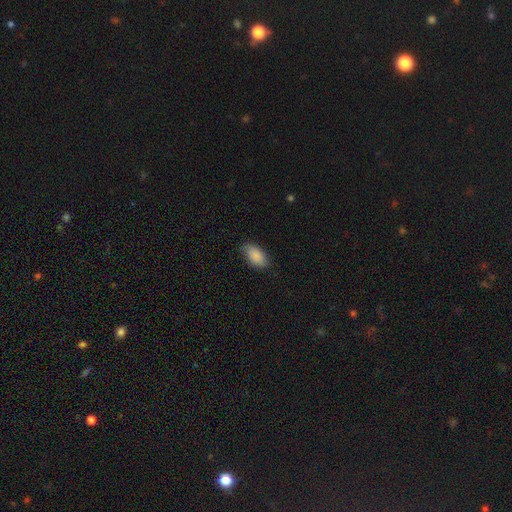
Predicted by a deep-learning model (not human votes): Morphology: type=smooth (87%); roundness=in between (94%); merging=none (74%).